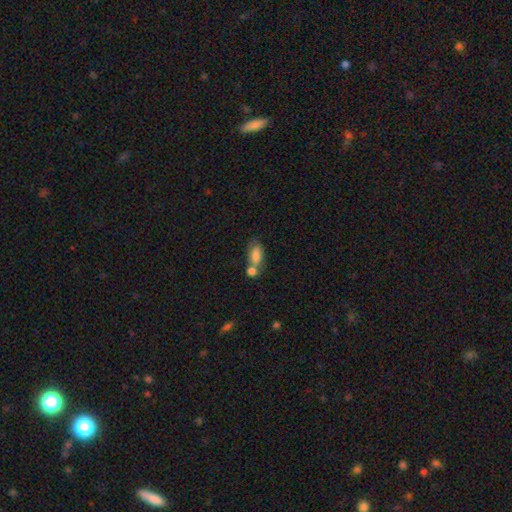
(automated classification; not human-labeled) Smooth or featured? smooth (79%)
How rounded? in between (85%)
Merging? merger (46%)